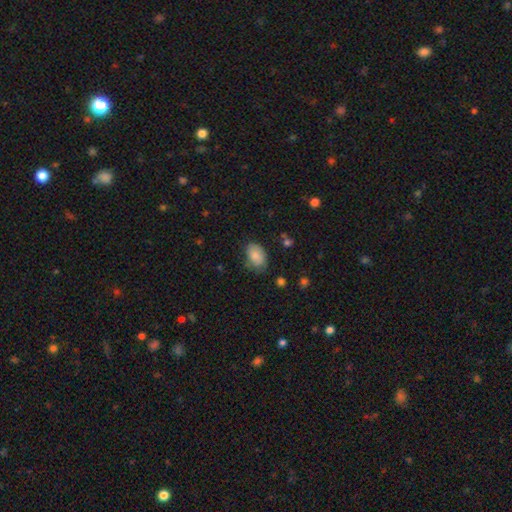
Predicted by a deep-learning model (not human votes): smooth-or-featured: smooth: 83% | featured or disk: 10% | star or artifact: 7%
  how-rounded: in between: 87% | round: 11% | cigar-shaped: 1%
  merging: none: 66% | minor disturbance: 26% | major disturbance: 6% | merger: 2%